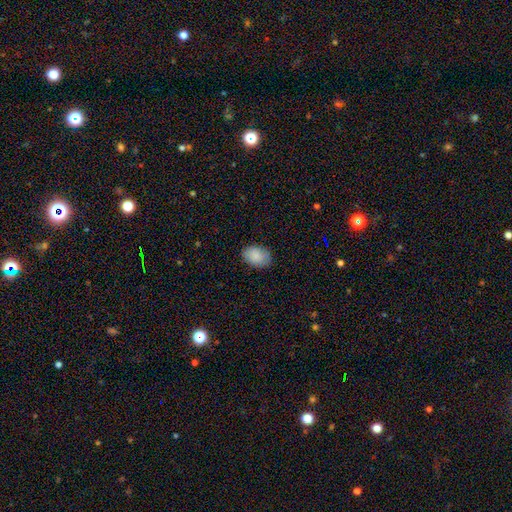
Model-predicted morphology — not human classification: This appears to be a smooth galaxy with no disk features (87%) that is in between round and cigar-shaped (81%). Merging: none (83%).